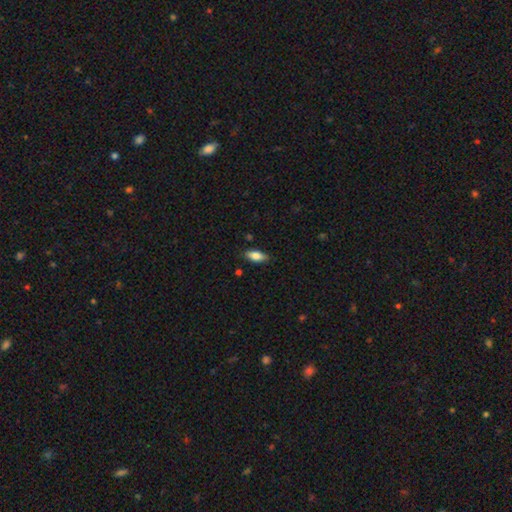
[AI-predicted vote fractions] smooth 80%, featured or disk 14%, star or artifact 7%. Down the decision tree: how rounded — in between (83%); merging — none (85%).